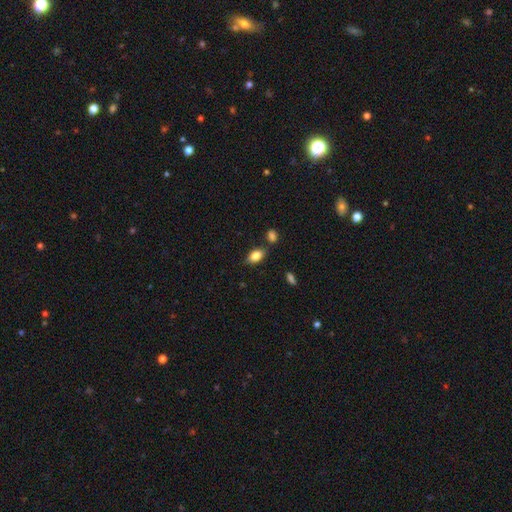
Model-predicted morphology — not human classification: A smooth galaxy with no disk features (82%) that is in between round and cigar-shaped (88%). Merging: none (75%).